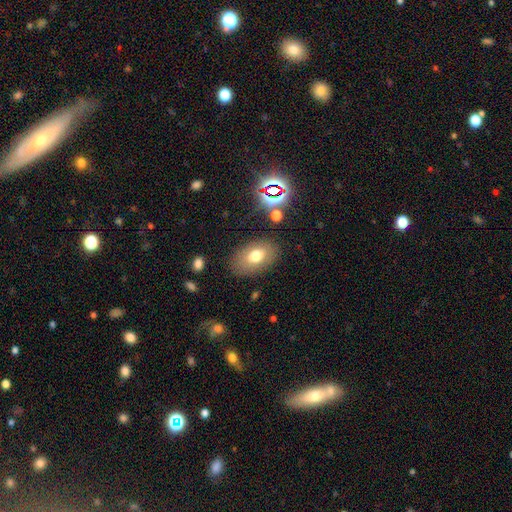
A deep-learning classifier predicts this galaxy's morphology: Q: Smooth or featured?
A: smooth (70%); runner-up: featured or disk (19%)
Q: How rounded?
A: in between (88%); runner-up: round (11%)
Q: Merging?
A: none (81%); runner-up: minor disturbance (12%)